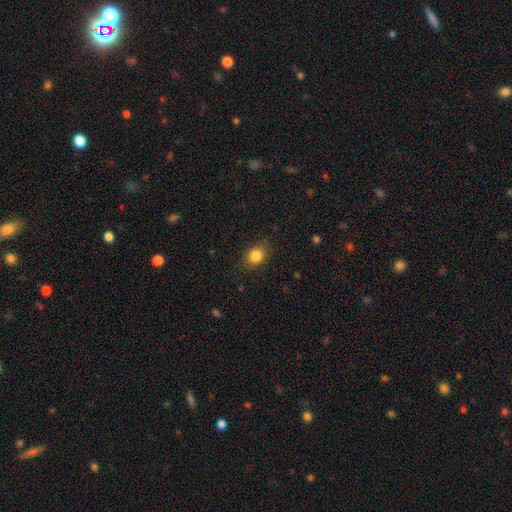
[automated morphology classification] A smooth galaxy with no disk features (84%) that is in between round and cigar-shaped (52%). Merging: none (82%).